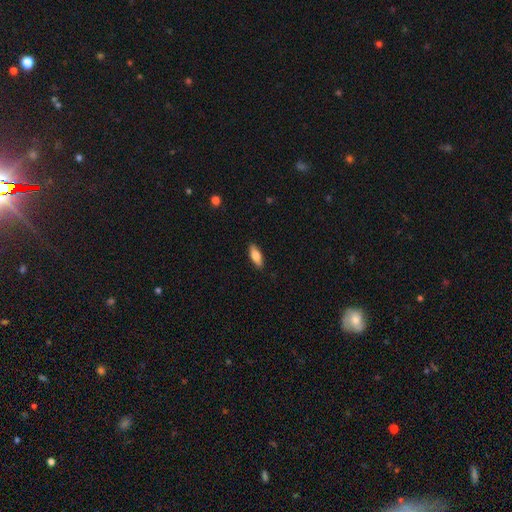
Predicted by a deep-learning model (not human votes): Smooth or featured? Predicted: smooth (p=0.77). How rounded? Predicted: in between (p=0.69). Merging? Predicted: none (p=0.89).